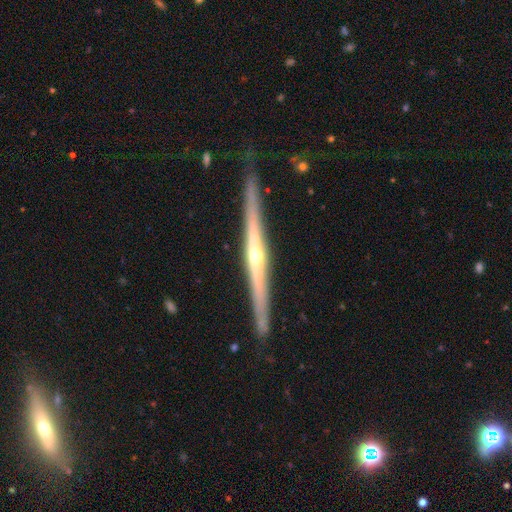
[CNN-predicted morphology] Overall: featured or disk (83%). Edge-on disk: yes (98%). Edge-on bulge: rounded (83%). Merging: none (88%).